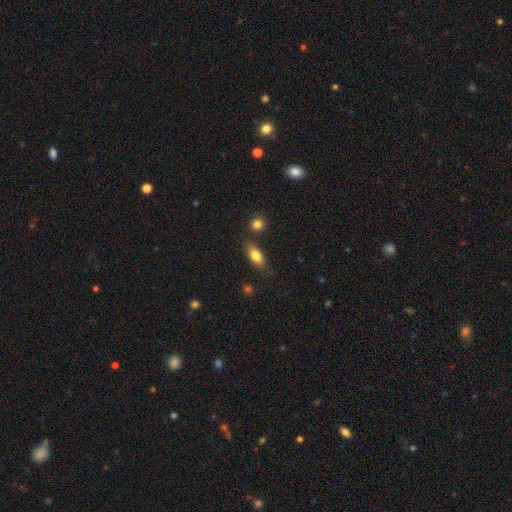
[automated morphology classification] A smooth galaxy with no disk features (81%) that is in between round and cigar-shaped (83%).

Vote fractions:
- Smooth or featured? smooth: 81% / featured or disk: 12% / star or artifact: 8%
- How rounded? in between: 83% / cigar-shaped: 13% / round: 4%
- Merging? none: 77% / minor disturbance: 14% / merger: 5% / major disturbance: 4%